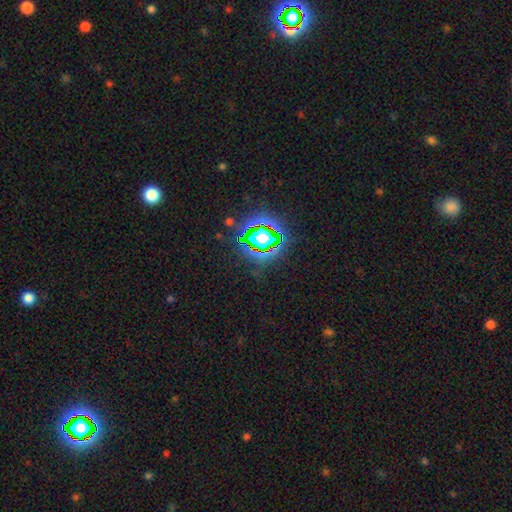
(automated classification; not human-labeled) The model was most divided on "smooth or featured": star or artifact: 81%, smooth: 12%, featured or disk: 7%.